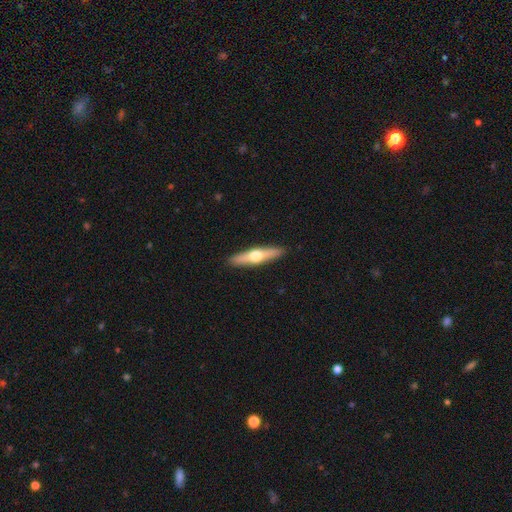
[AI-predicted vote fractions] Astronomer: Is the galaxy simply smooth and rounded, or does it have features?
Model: featured or disk — 56% (runner-up: smooth, 39%).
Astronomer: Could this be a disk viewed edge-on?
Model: yes — 93%.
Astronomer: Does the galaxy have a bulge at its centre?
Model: rounded — 95%.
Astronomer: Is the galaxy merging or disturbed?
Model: none — 91%.